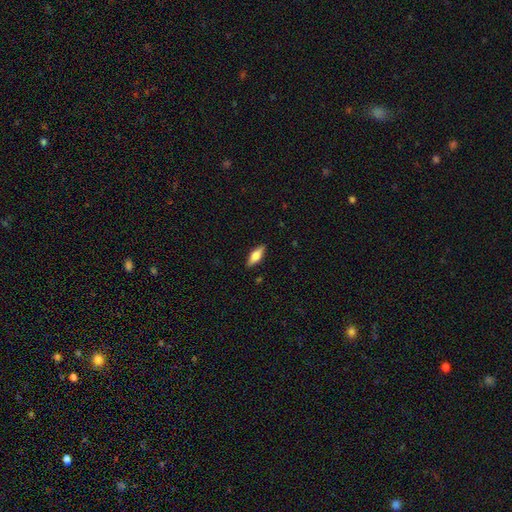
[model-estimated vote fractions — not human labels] Smooth or featured? Predicted: smooth (p=0.61). How rounded? Predicted: in between (p=0.64). Merging? Predicted: none (p=0.87).